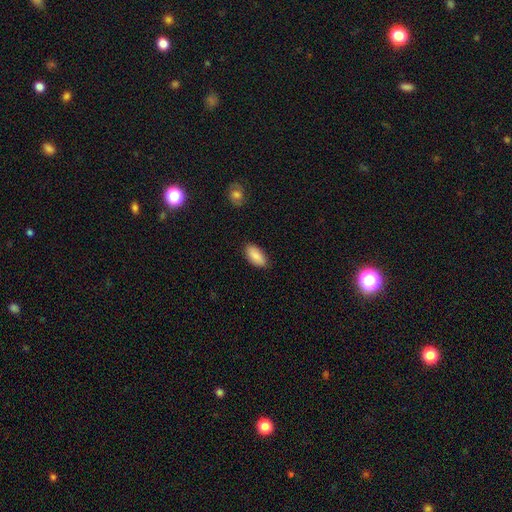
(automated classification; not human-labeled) The model was most divided on "merging": none: 86%, minor disturbance: 10%, major disturbance: 2%, merger: 1%. More confident: how rounded — in between (90%); smooth or featured — smooth (88%).